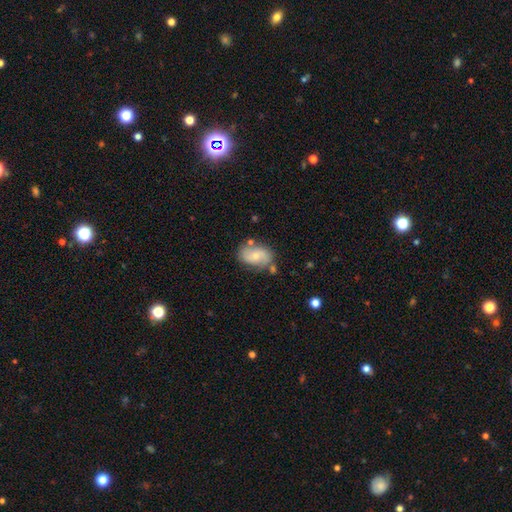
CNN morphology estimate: Smooth or featured?
  - smooth: 54% *
  - featured or disk: 38%
  - star or artifact: 7%
How rounded?
  - in between: 84% *
  - round: 14%
  - cigar-shaped: 2%
Merging?
  - none: 64% *
  - minor disturbance: 21%
  - merger: 9%
  - major disturbance: 6%